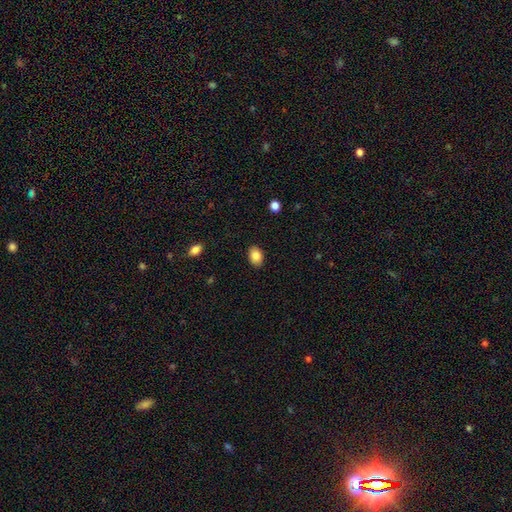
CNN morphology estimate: Overall: smooth (86%). How rounded: in between (82%). Merging: none (88%).